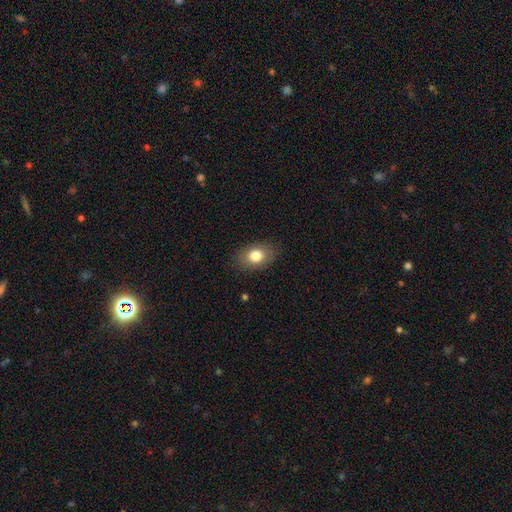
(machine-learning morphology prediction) Smooth or featured? smooth (79%)
How rounded? in between (77%)
Merging? none (85%)